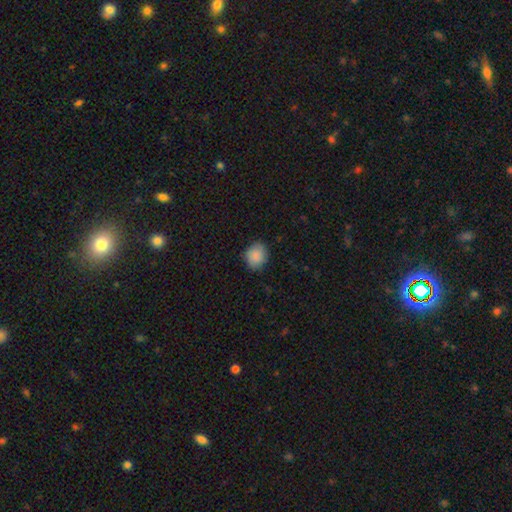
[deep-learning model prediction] A smooth galaxy with no disk features (88%) that is round (73%). Merging: none (83%).